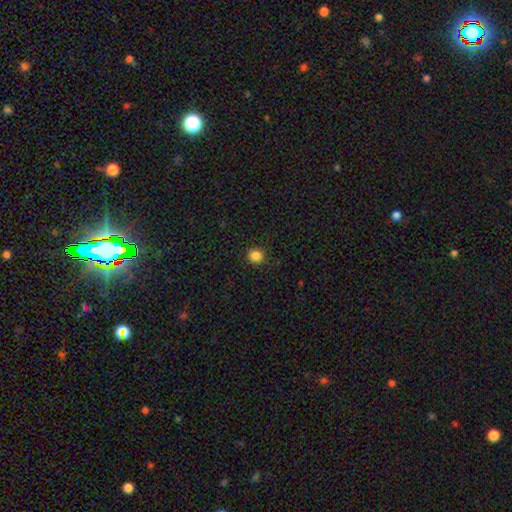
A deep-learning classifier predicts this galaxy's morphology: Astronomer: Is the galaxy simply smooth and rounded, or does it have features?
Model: smooth — 85%.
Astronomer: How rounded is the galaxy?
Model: round — 92%.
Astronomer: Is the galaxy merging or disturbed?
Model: none — 92%.